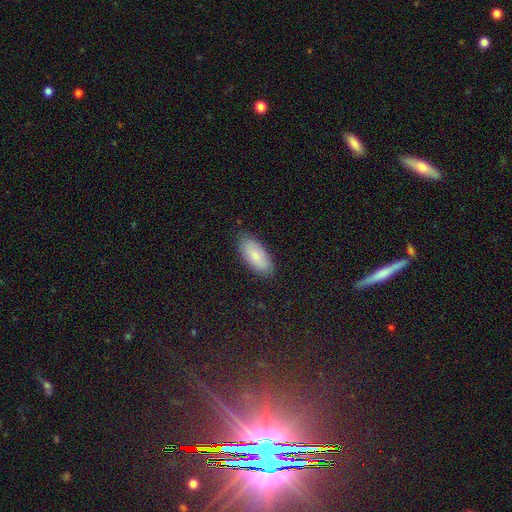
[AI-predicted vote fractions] Morphology: type=smooth (82%); roundness=in between (89%); merging=none (85%).